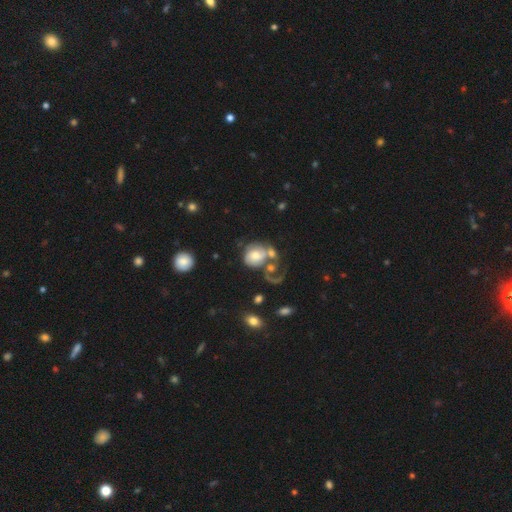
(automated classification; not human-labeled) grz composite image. It shows a featured or disk galaxy (51%). Merging: merger (39%).